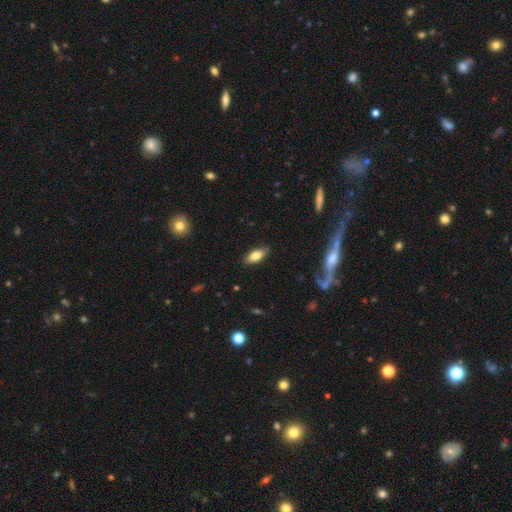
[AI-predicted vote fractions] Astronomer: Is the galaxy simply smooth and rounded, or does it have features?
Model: smooth — 77%.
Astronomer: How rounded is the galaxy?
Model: in between — 82%.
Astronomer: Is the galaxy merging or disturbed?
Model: none — 86%.